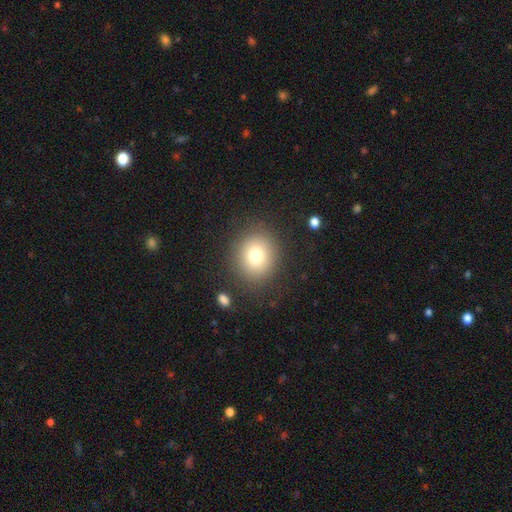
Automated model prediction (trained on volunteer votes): Q: Smooth or featured?
A: smooth (76%); runner-up: star or artifact (12%)
Q: How rounded?
A: round (78%); runner-up: in between (21%)
Q: Merging?
A: none (85%); runner-up: minor disturbance (9%)